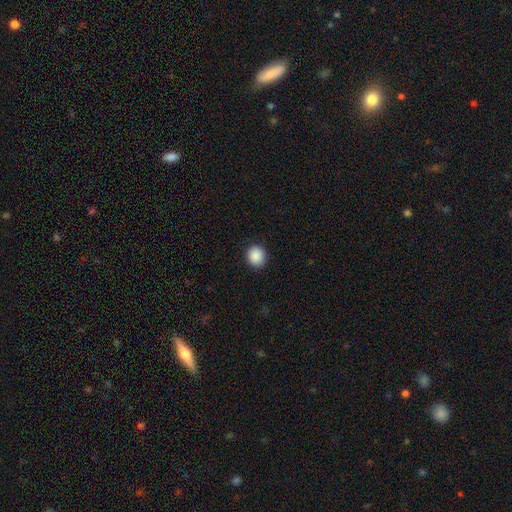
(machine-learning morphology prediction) A smooth galaxy with no disk features (89%) that is round (82%). Merging: none (91%).